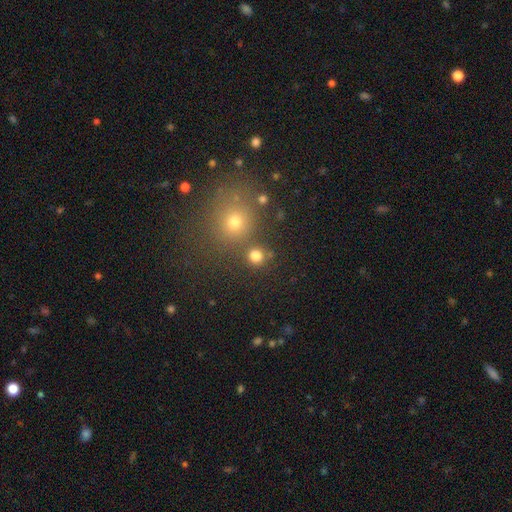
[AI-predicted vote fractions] Overall: smooth (78%). How rounded: round (92%). Merging: none (78%).